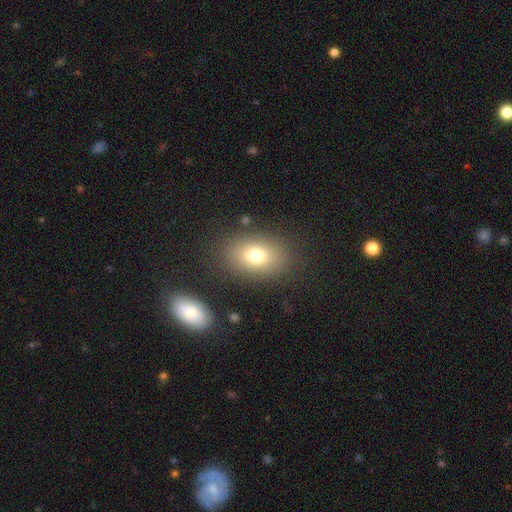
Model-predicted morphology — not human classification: Q: Smooth or featured?
A: smooth (75%); runner-up: featured or disk (13%)
Q: How rounded?
A: in between (75%); runner-up: round (24%)
Q: Merging?
A: none (82%); runner-up: minor disturbance (10%)